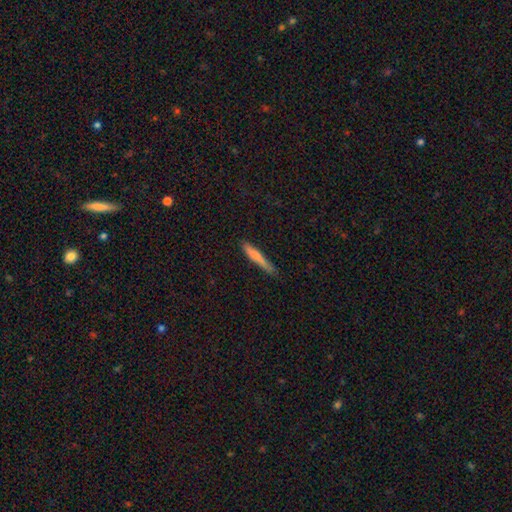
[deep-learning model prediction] This appears to be a smooth galaxy with no disk features (75%) that is cigar-shaped (93%). Merging: none (72%).